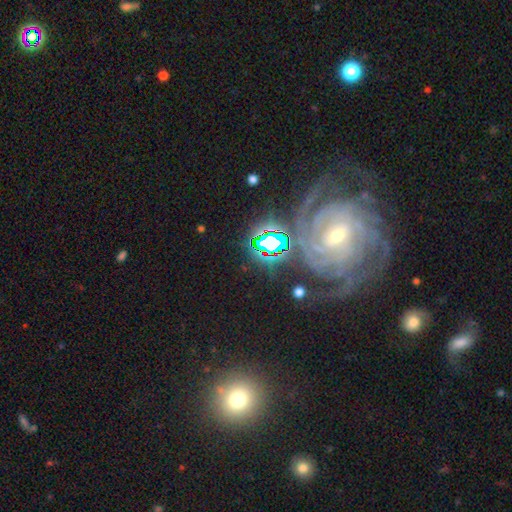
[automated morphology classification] The model was most divided on "spiral arm count" (2-way tie): can't tell: 22%, 3: 22%, 4: 18%, 2: 15%, more than 4: 13%, 1: 9%. Remaining: spiral arms — yes (96%); edge-on disk — no (96%); spiral winding — tight (77%); merging — none (75%); smooth or featured — featured or disk (66%); bulge size — small (56%); bar — no (37%).